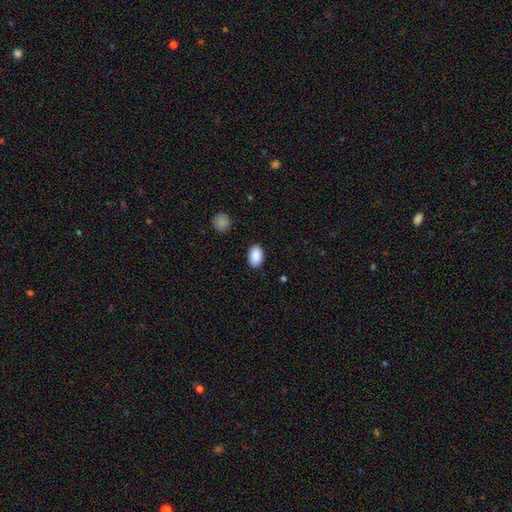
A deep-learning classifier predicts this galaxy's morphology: type=smooth (89%); roundness=in between (88%); merging=none (87%).